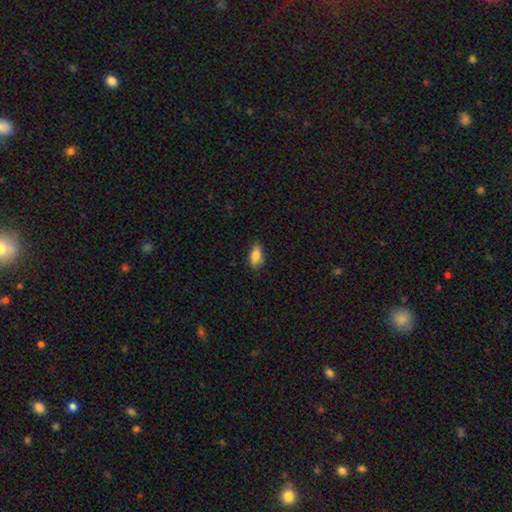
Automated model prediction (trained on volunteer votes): Q: Smooth or featured?
A: smooth (85%); runner-up: star or artifact (8%)
Q: How rounded?
A: in between (85%); runner-up: cigar-shaped (12%)
Q: Merging?
A: none (76%); runner-up: minor disturbance (19%)